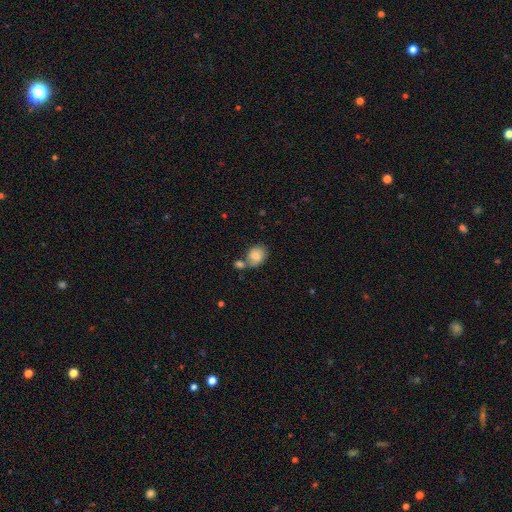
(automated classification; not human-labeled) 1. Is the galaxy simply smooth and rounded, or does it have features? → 82% smooth, 10% featured or disk, 8% star or artifact.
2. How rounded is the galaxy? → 53% in between, 46% round, 1% cigar-shaped.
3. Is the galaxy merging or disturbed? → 51% none, 30% merger, 15% minor disturbance, 5% major disturbance.